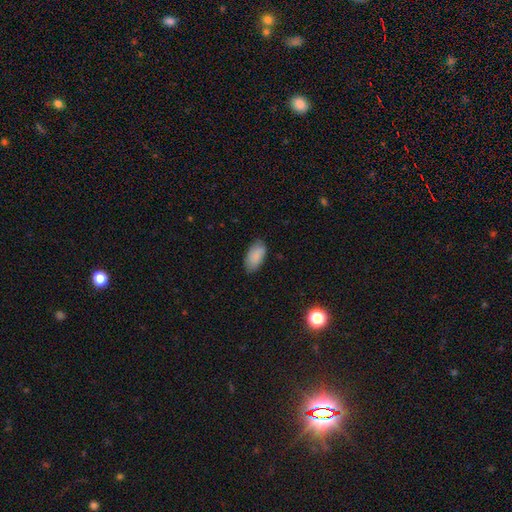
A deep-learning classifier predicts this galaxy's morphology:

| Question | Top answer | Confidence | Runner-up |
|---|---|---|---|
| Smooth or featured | smooth | 86% | featured or disk (7%) |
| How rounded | in between | 94% | cigar-shaped (4%) |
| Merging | none | 77% | minor disturbance (19%) |